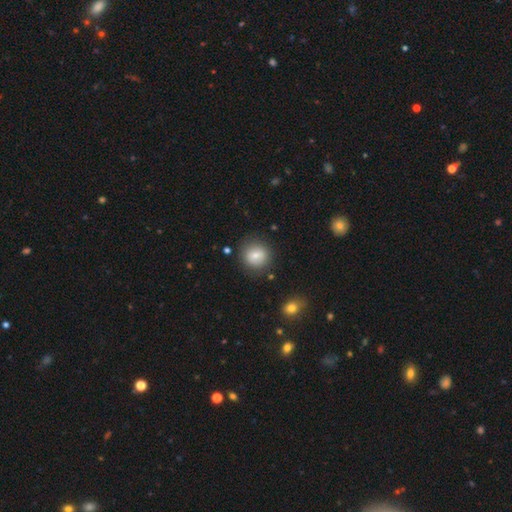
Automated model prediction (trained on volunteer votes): A smooth galaxy with no disk features (75%) that is round (87%). Merging: none (83%).